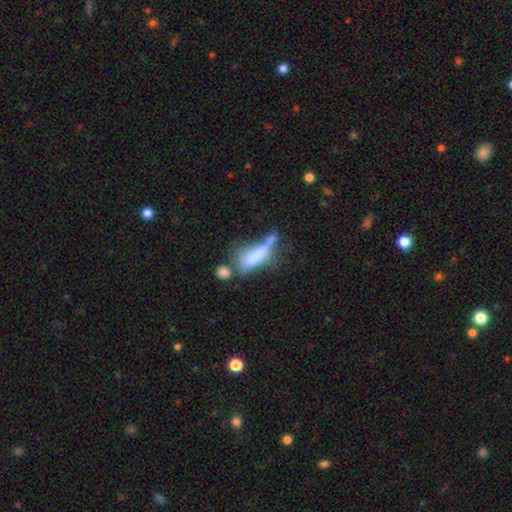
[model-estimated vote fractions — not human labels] The model was most divided on "merging": merger: 37%, major disturbance: 24%, none: 21%, minor disturbance: 18%. More confident: smooth or featured — smooth (64%); how rounded — in between (56%).